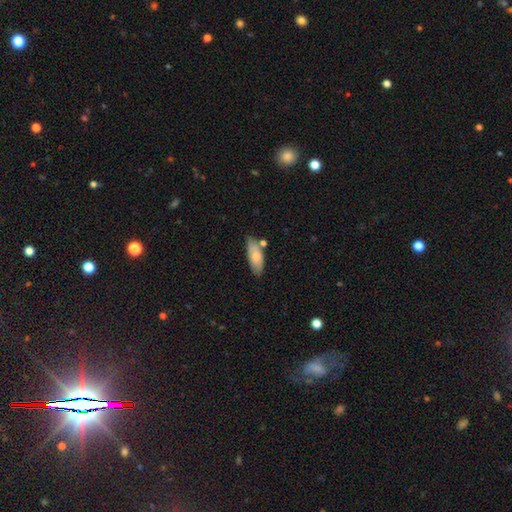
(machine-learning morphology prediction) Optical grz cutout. It shows a smooth galaxy with no disk features (74%) that is in between round and cigar-shaped (73%). Merging: none (69%).